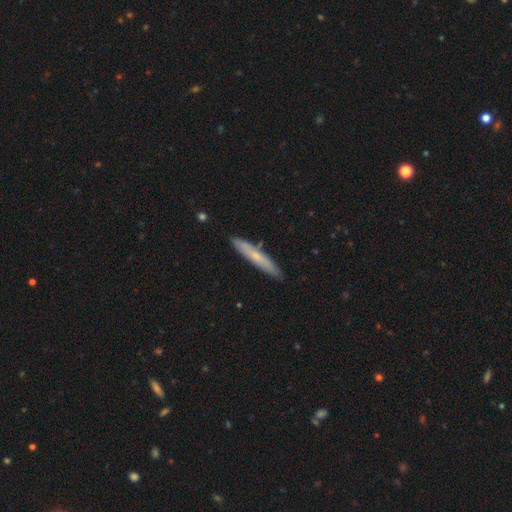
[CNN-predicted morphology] This appears to be a smooth galaxy with no disk features (54%) that is cigar-shaped (93%). Merging: none (87%).